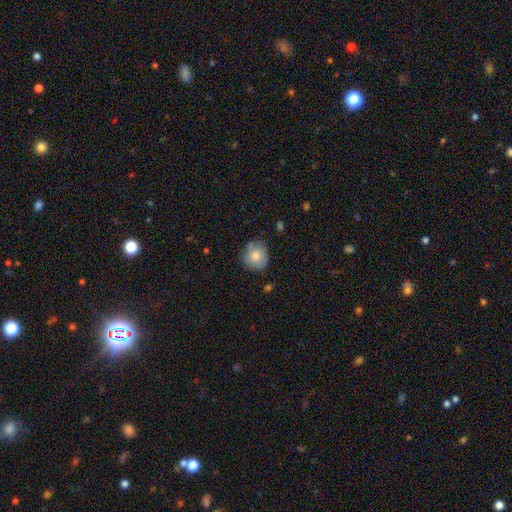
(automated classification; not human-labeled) Q: Smooth or featured?
A: smooth (77%); runner-up: featured or disk (15%)
Q: How rounded?
A: round (82%); runner-up: in between (17%)
Q: Merging?
A: none (72%); runner-up: minor disturbance (21%)